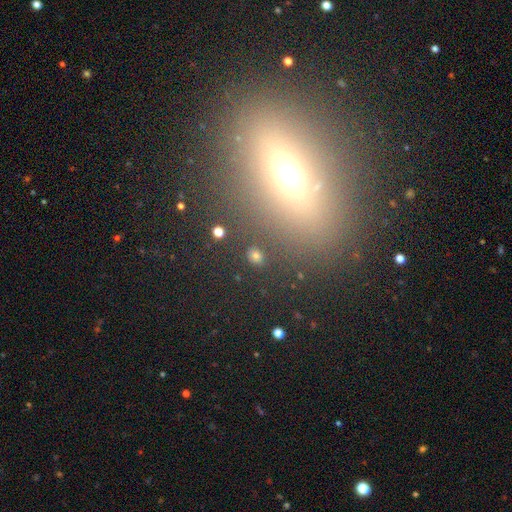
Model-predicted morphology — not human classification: Smooth or featured? smooth (76%)
How rounded? round (58%)
Merging? none (88%)